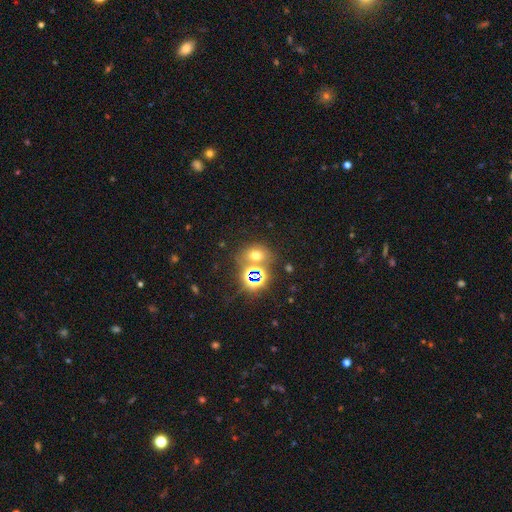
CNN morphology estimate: Smooth or featured: smooth — 54% (star or artifact — 36%)
How rounded: round — 53% (in between — 46%)
Merging: none — 64% (merger — 20%)